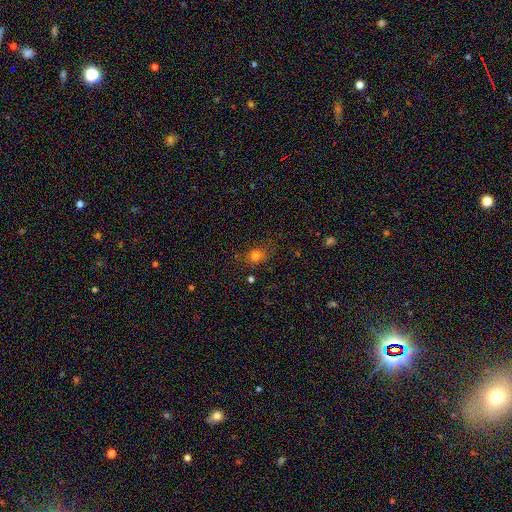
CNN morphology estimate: Overall: smooth (73%). How rounded: round (55%; in between 43%). Merging: none (75%).